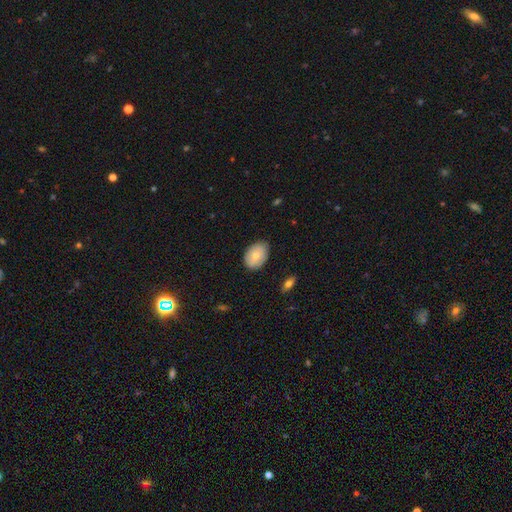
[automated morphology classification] This is likely a smooth galaxy (75%). How rounded: clearly in between (82%). Merging: likely none (77%).